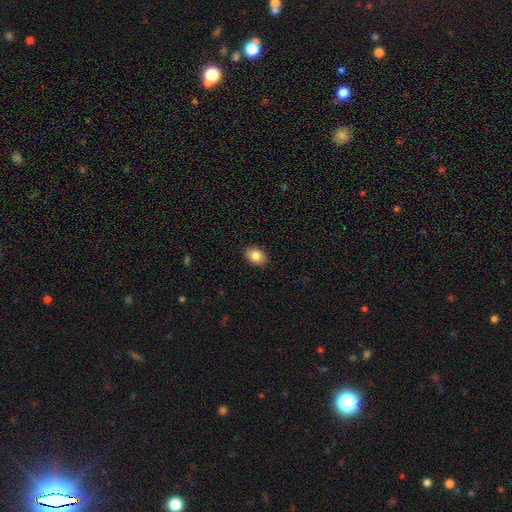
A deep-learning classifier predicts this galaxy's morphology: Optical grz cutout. It shows a smooth galaxy with no disk features (83%) that is in between round and cigar-shaped (76%). Merging: none (88%).